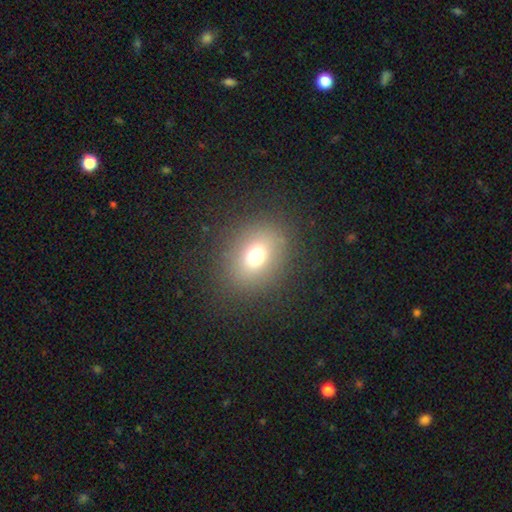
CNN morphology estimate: Smooth or featured? Predicted: smooth (p=0.69). How rounded? Predicted: round (p=0.55). Merging? Predicted: none (p=0.84).